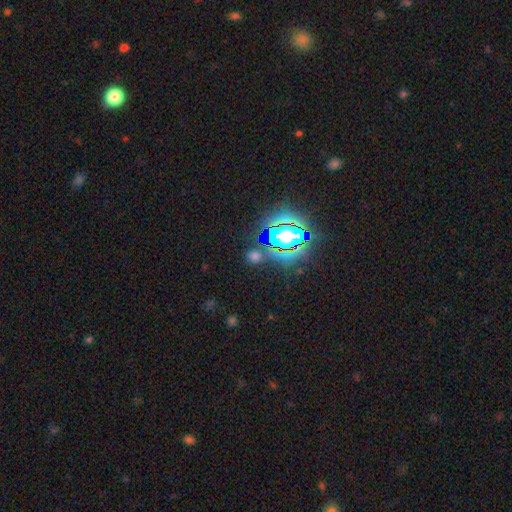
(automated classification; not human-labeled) A star or artifact, not a galaxy (48%).

Vote fractions:
- Smooth or featured? star or artifact: 48% / smooth: 44% / featured or disk: 8%